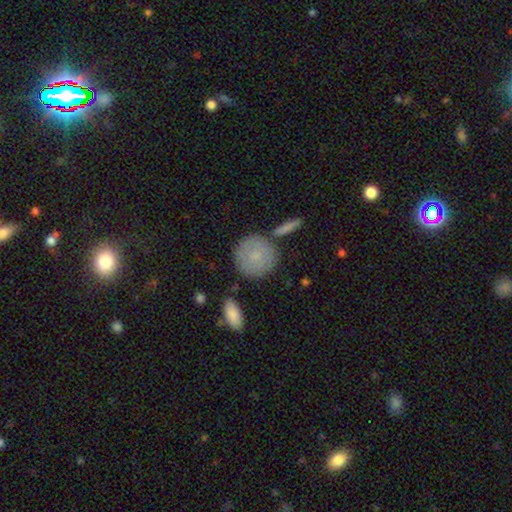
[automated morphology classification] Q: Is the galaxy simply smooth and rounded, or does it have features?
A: smooth — 76%.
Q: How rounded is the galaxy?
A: round — 91%.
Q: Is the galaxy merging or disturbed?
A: none — 77%.